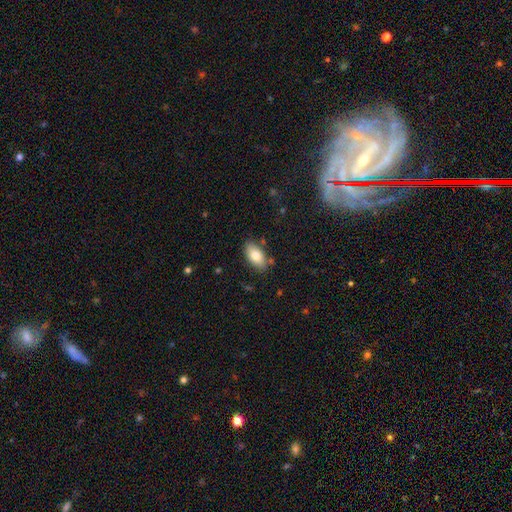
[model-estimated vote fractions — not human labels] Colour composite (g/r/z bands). It shows a smooth galaxy with no disk features (78%) that is in between round and cigar-shaped (92%). Merging: none (82%).